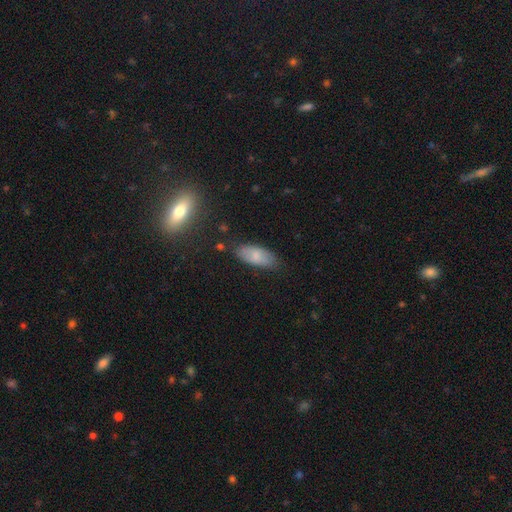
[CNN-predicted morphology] A smooth galaxy with no disk features (79%) that is in between round and cigar-shaped (87%). Merging: none (77%).